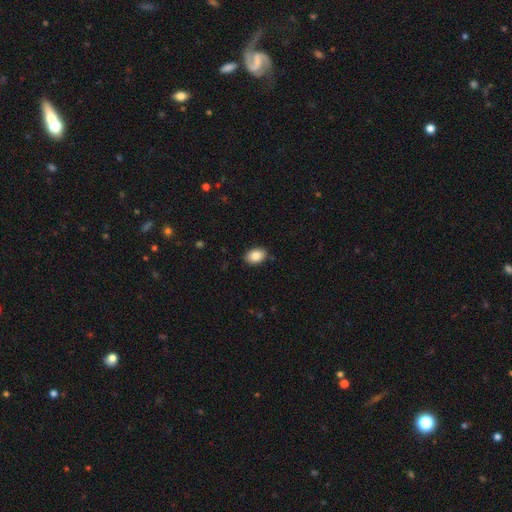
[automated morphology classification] A smooth galaxy with no disk features (85%) that is in between round and cigar-shaped (83%). Merging: none (87%).